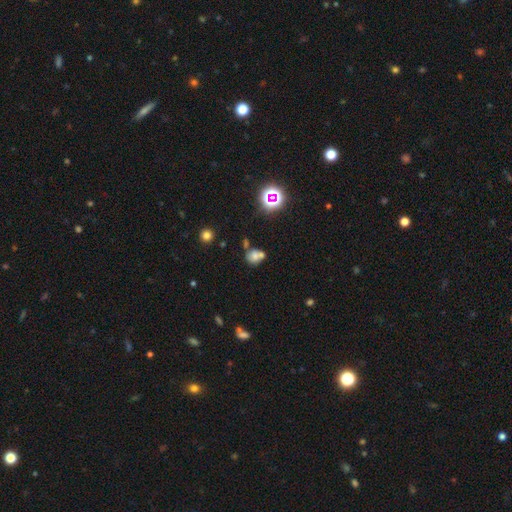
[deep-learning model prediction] Smooth or featured? Predicted: smooth (p=0.62). How rounded? Predicted: round (p=0.62). Merging? Predicted: merger (p=0.42).